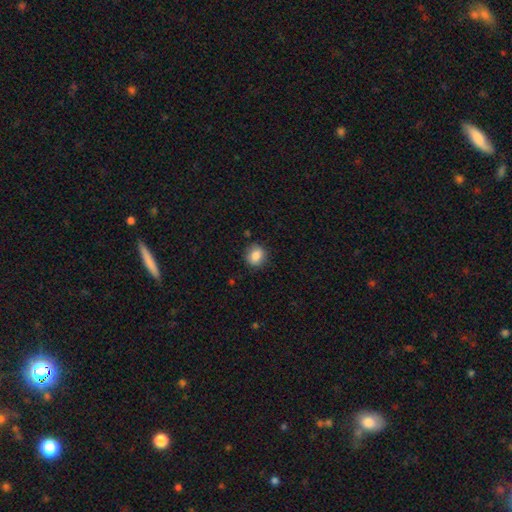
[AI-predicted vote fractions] Smooth or featured? smooth (85%)
How rounded? round (77%)
Merging? none (85%)